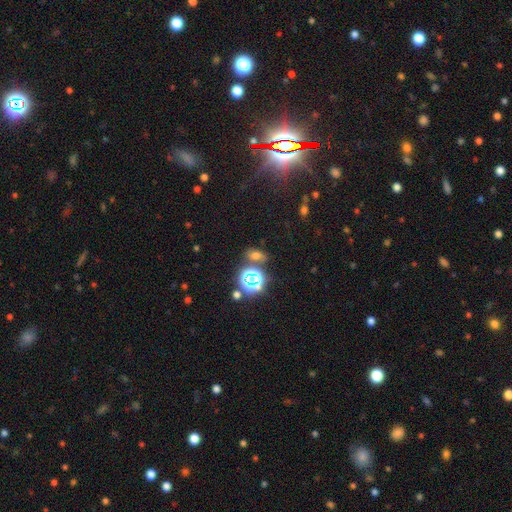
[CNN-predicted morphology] Smooth or featured? smooth (49%)
Merging? none (67%)